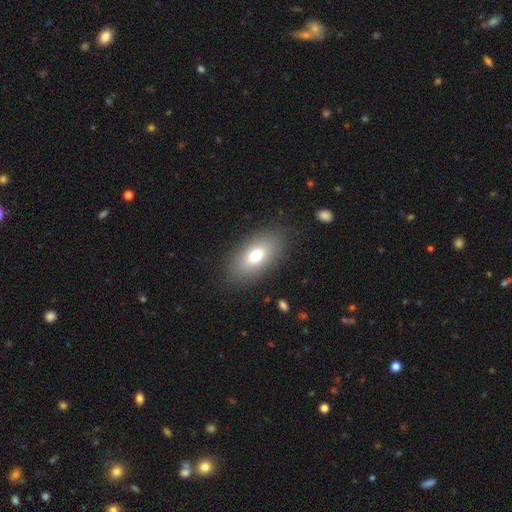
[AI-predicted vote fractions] This appears to be a smooth galaxy with no disk features (76%) that is in between round and cigar-shaped (90%). Merging: none (86%).